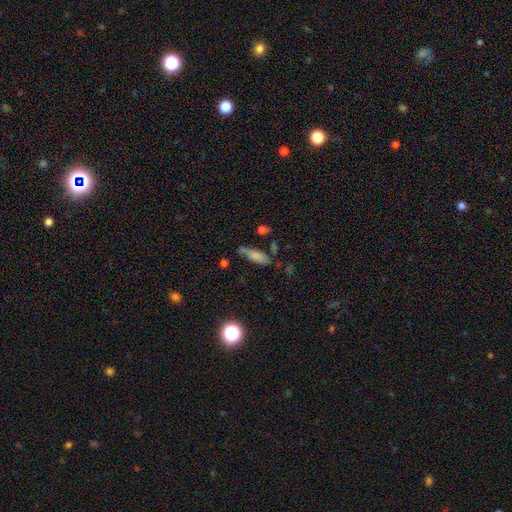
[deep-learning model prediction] A smooth galaxy with no disk features (73%) that is in between round and cigar-shaped (54%).

Vote fractions:
- Smooth or featured? smooth: 73% / featured or disk: 16% / star or artifact: 10%
- How rounded? in between: 54% / cigar-shaped: 44% / round: 3%
- Merging? none: 57% / minor disturbance: 25% / merger: 10% / major disturbance: 8%